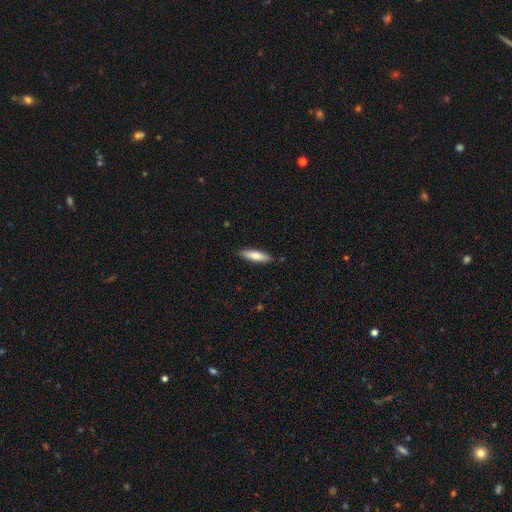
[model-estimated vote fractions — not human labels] smooth_or_featured: smooth (p=0.73) [alt: featured or disk p=0.22]
how_rounded: cigar-shaped (p=0.66) [alt: in between p=0.32]
merging: none (p=0.86) [alt: minor disturbance p=0.10]